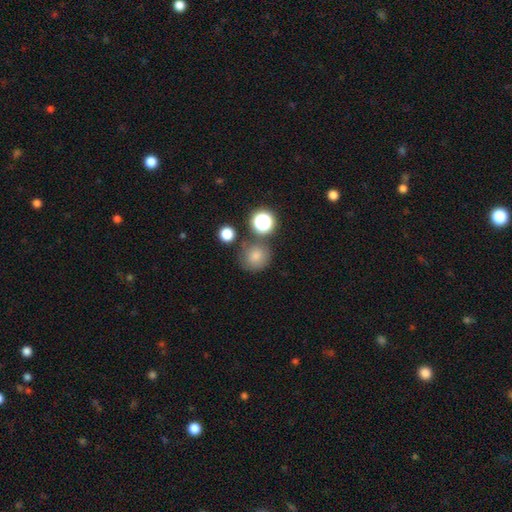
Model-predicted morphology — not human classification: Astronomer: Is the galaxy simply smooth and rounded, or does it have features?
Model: smooth — 62%.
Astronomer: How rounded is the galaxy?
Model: round — 88%.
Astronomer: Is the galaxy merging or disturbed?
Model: none — 76%.